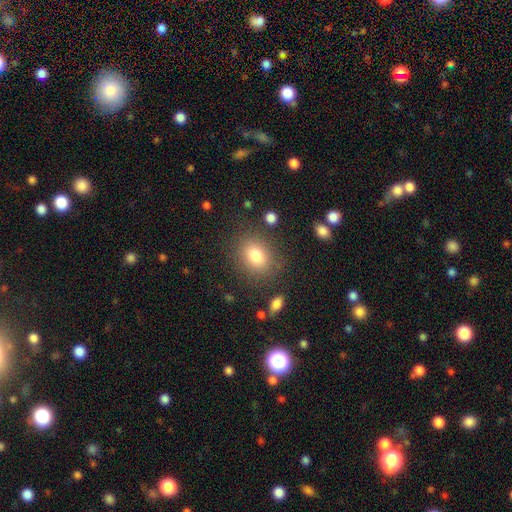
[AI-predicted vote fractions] A smooth galaxy with no disk features (79%) that is round (51%).

Vote fractions:
- Smooth or featured? smooth: 79% / star or artifact: 11% / featured or disk: 10%
- How rounded? round: 51% / in between: 48% / cigar-shaped: 1%
- Merging? none: 81% / minor disturbance: 11% / major disturbance: 5% / merger: 3%